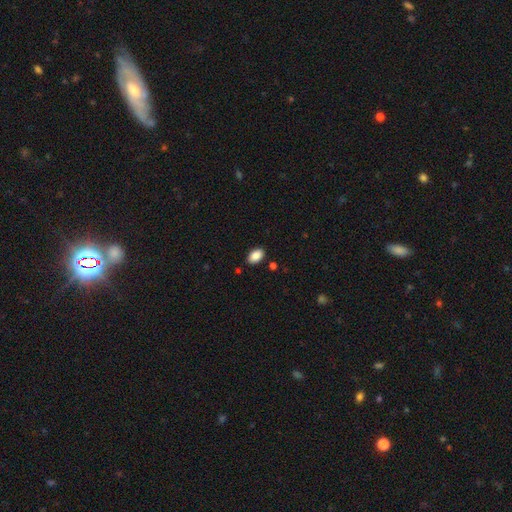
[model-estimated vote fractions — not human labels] Q: Smooth or featured?
A: smooth (89%); runner-up: star or artifact (7%)
Q: How rounded?
A: in between (93%); runner-up: round (6%)
Q: Merging?
A: none (88%); runner-up: minor disturbance (8%)